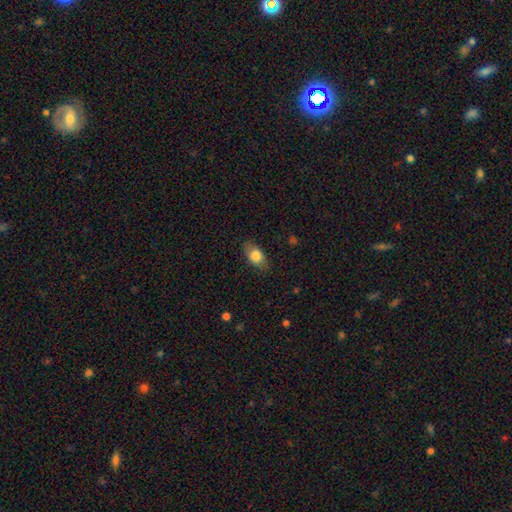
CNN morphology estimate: This appears to be a smooth galaxy with no disk features (81%) that is in between round and cigar-shaped (83%). Merging: none (82%).